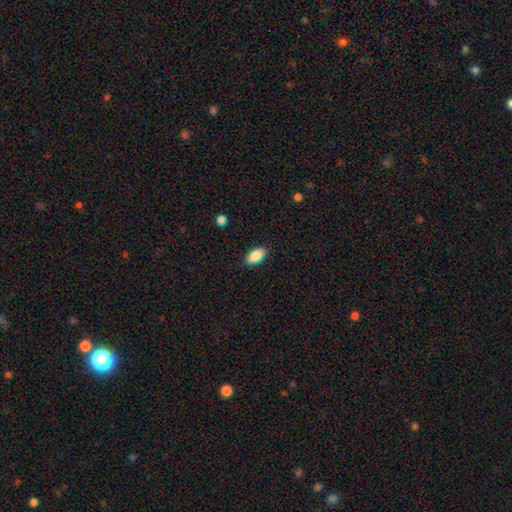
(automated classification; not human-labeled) Morphology: type=smooth (88%); roundness=in between (93%); merging=none (88%).